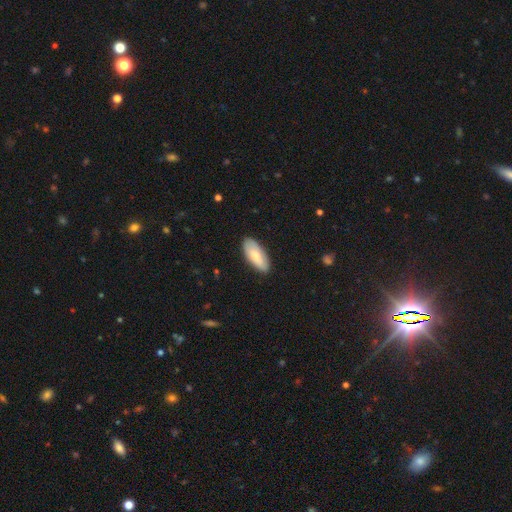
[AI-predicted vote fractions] Smooth or featured? Predicted: smooth (p=0.75). How rounded? Predicted: in between (p=0.86). Merging? Predicted: none (p=0.86).